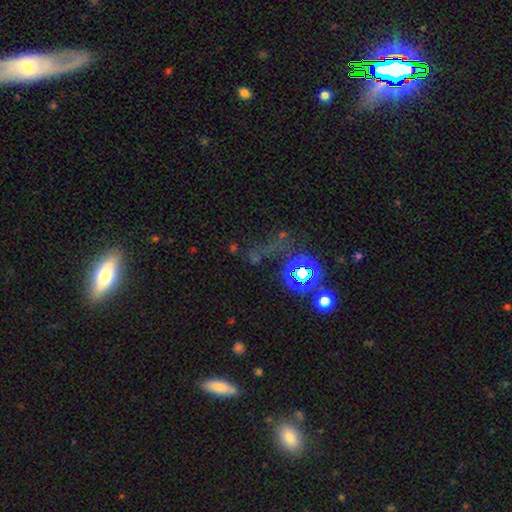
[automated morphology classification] A star or artifact, not a galaxy (60%).

Vote fractions:
- Smooth or featured? star or artifact: 60% / smooth: 28% / featured or disk: 12%